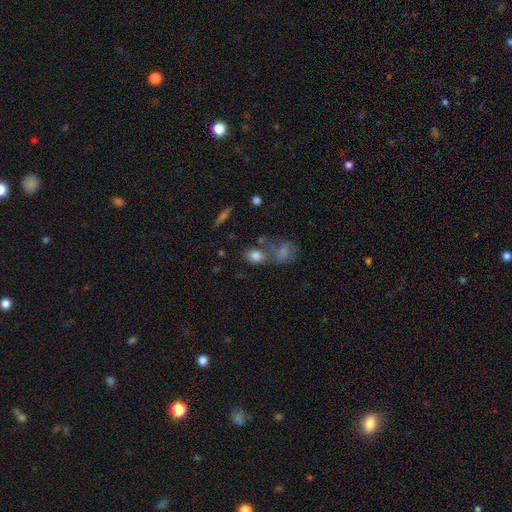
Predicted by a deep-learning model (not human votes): smooth 81%, star or artifact 10%, featured or disk 9%. Down the decision tree: how rounded — in between (68%); merging — none (55%).